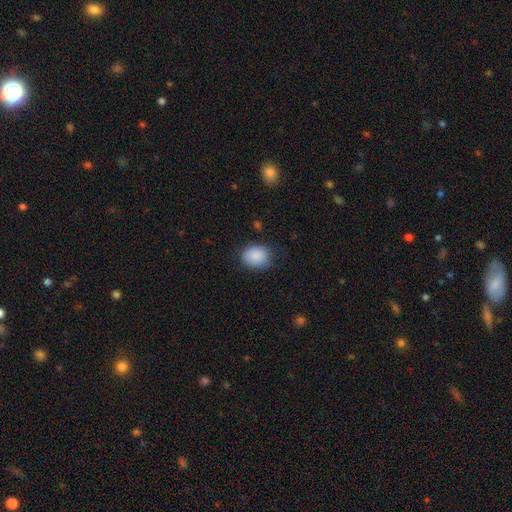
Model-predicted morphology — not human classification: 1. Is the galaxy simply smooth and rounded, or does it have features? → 88% smooth, 8% star or artifact, 5% featured or disk.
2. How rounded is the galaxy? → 53% in between, 46% round, 1% cigar-shaped.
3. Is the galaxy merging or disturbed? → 73% none, 20% minor disturbance, 5% major disturbance, 1% merger.